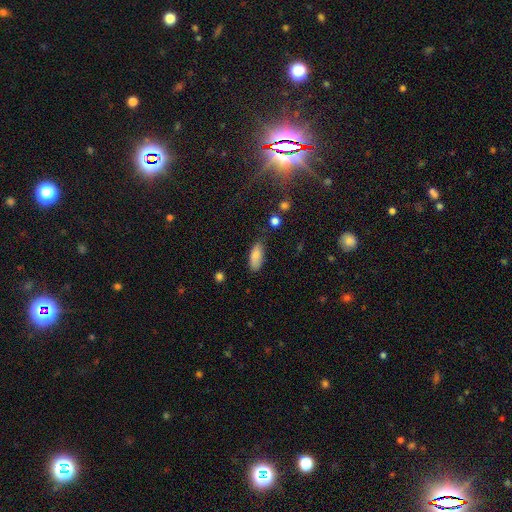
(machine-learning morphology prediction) smooth_or_featured: smooth (p=0.85) [alt: featured or disk p=0.08]
how_rounded: in between (p=0.83) [alt: cigar-shaped p=0.15]
merging: none (p=0.70) [alt: minor disturbance p=0.23]